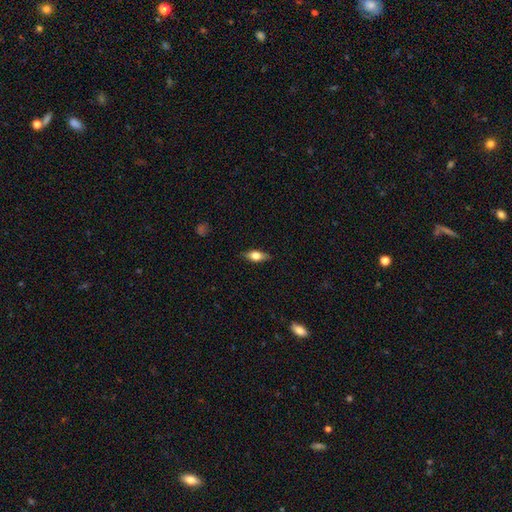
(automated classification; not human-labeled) Smooth or featured?
  - smooth: 61% *
  - featured or disk: 31%
  - star or artifact: 8%
How rounded?
  - in between: 74% *
  - cigar-shaped: 20%
  - round: 6%
Merging?
  - none: 85% *
  - minor disturbance: 12%
  - major disturbance: 3%
  - merger: 1%